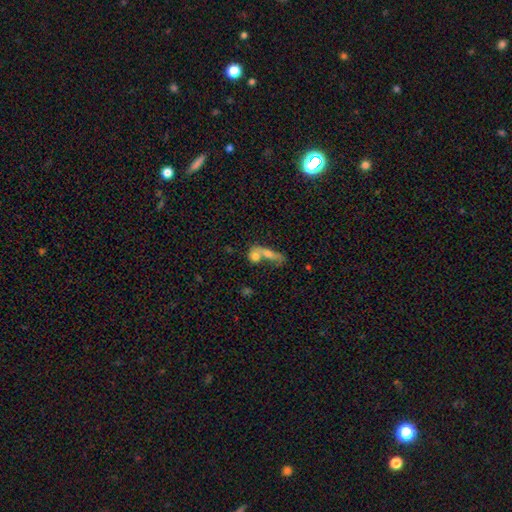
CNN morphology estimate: Smooth or featured?
  - smooth: 67% *
  - featured or disk: 23%
  - star or artifact: 10%
How rounded?
  - in between: 46% *
  - round: 36%
  - cigar-shaped: 18%
Merging?
  - merger: 64% *
  - none: 22%
  - major disturbance: 8%
  - minor disturbance: 7%